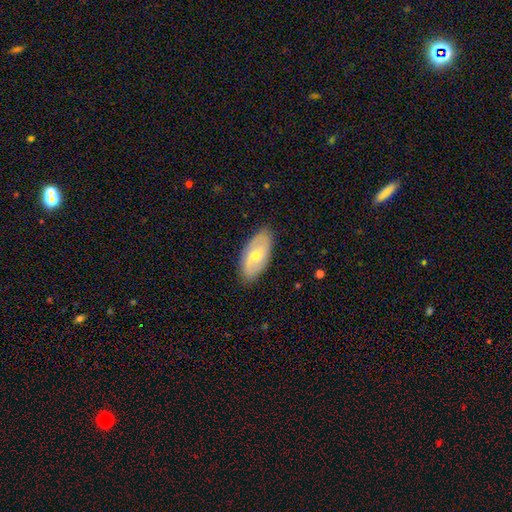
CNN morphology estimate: This appears to be a featured or disk galaxy (47%, tied with smooth). Merging: none (85%).